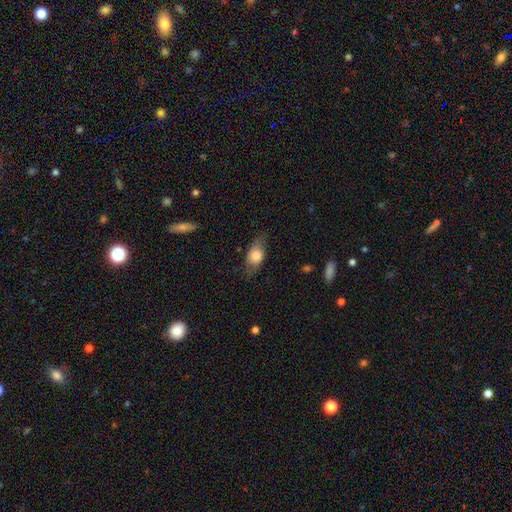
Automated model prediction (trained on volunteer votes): This is likely a smooth galaxy (65%). How rounded: likely in between (77%). Merging: likely none (72%).